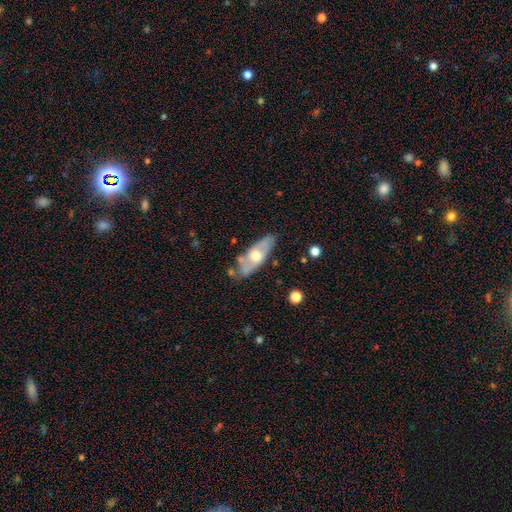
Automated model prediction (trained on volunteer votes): Q: Smooth or featured?
A: featured or disk (55%); runner-up: smooth (39%)
Q: Edge-on disk?
A: no (71%); runner-up: yes (29%)
Q: Merging?
A: none (71%); runner-up: minor disturbance (19%)